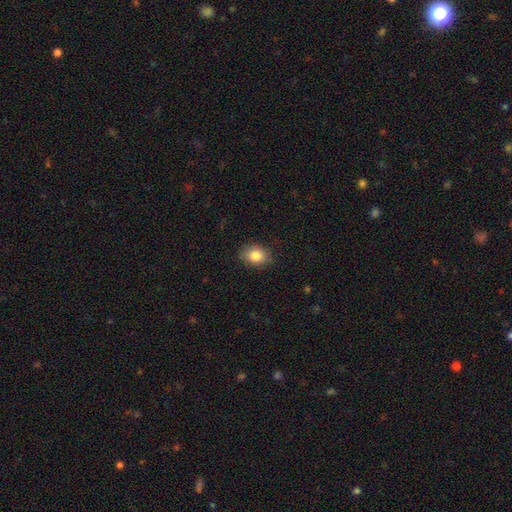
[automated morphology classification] This appears to be a smooth galaxy with no disk features (85%) that is in between round and cigar-shaped (62%). Merging: none (84%).